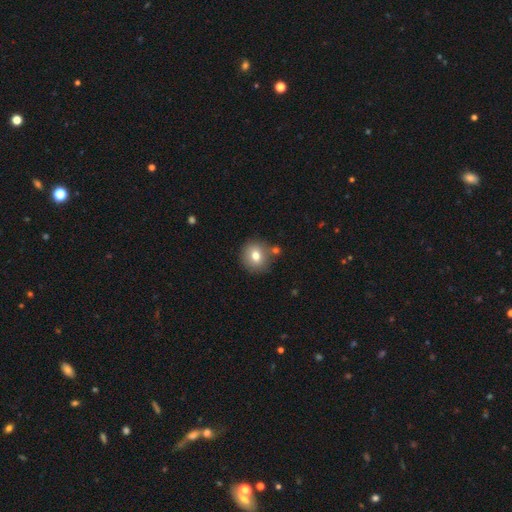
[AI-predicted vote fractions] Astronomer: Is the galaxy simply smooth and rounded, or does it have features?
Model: smooth — 75%.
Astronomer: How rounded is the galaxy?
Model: round — 86%.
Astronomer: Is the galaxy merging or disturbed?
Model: none — 76%.